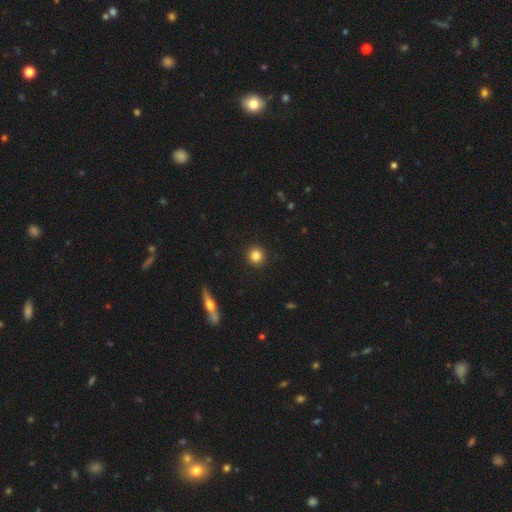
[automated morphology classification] Overall: smooth (85%). How rounded: round (93%). Merging: none (92%).